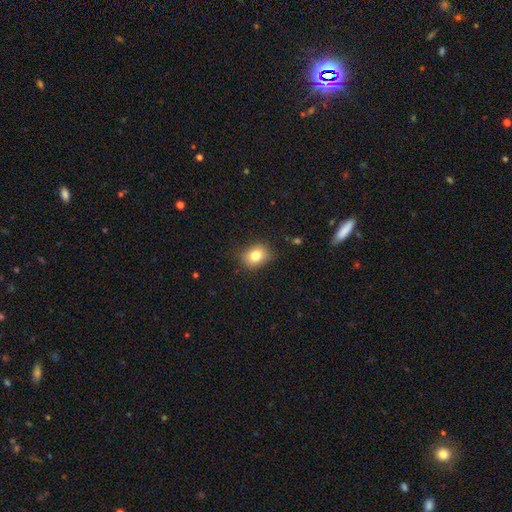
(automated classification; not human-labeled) smooth 81%, star or artifact 10%, featured or disk 9%. Down the decision tree: how rounded — in between (57%); merging — none (81%).